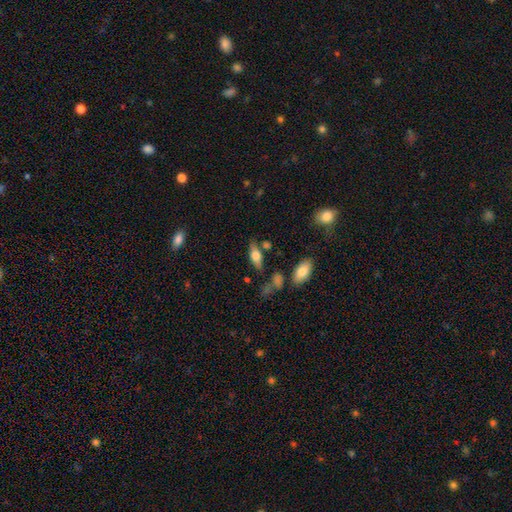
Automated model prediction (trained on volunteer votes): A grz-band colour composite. It shows a smooth galaxy with no disk features (59%) that is in between round and cigar-shaped (72%). Merging: none (71%).